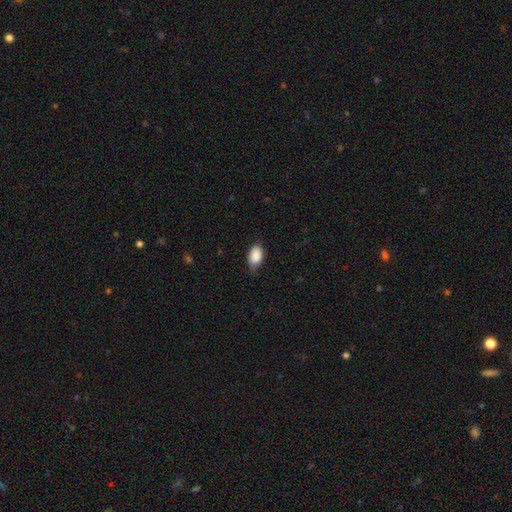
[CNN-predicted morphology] Smooth or featured: smooth — 88% (star or artifact — 6%)
How rounded: in between — 92% (round — 7%)
Merging: none — 73% (minor disturbance — 22%)